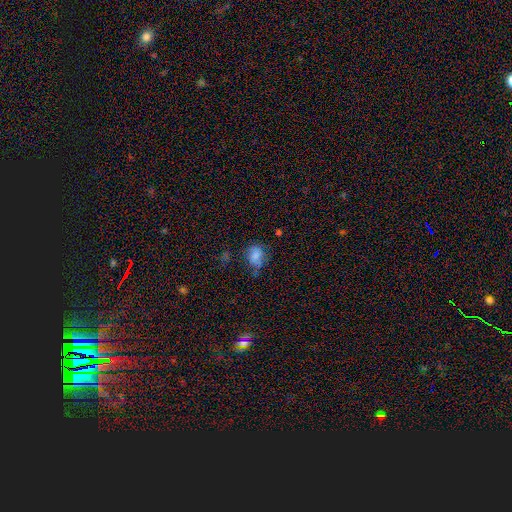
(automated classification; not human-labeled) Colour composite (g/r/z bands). It shows a smooth galaxy with no disk features (74%) that is in between round and cigar-shaped (51%). Merging: none (47%).